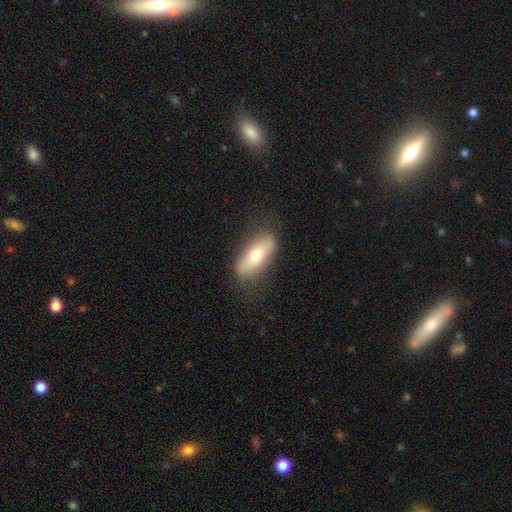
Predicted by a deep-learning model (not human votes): The model was most divided on "smooth or featured": smooth: 59%, featured or disk: 34%, star or artifact: 7%. More confident: merging — none (79%); how rounded — in between (71%).